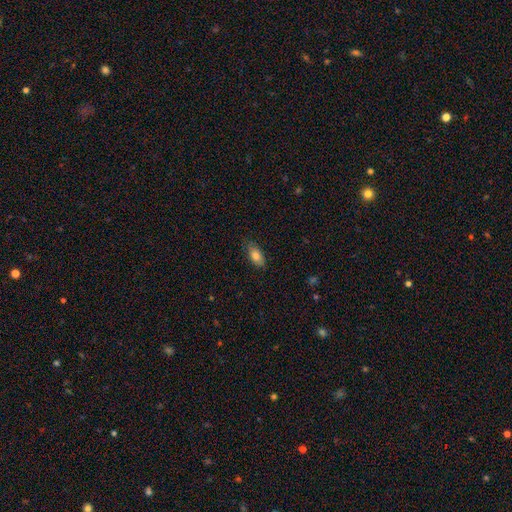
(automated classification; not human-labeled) Q: Smooth or featured?
A: smooth (82%); runner-up: featured or disk (11%)
Q: How rounded?
A: in between (87%); runner-up: cigar-shaped (9%)
Q: Merging?
A: none (79%); runner-up: minor disturbance (17%)